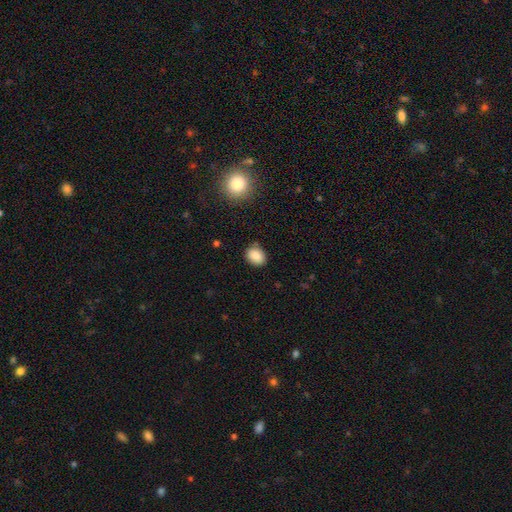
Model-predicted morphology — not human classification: smooth 85%, star or artifact 9%, featured or disk 6%. Down the decision tree: how rounded — in between (53%); merging — none (83%).